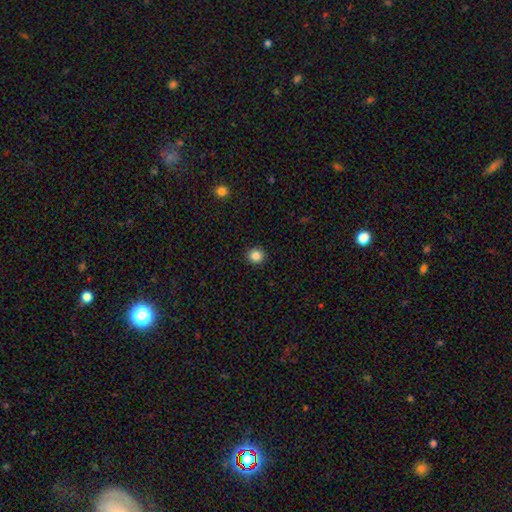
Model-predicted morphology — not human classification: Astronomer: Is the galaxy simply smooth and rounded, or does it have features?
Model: smooth — 86%.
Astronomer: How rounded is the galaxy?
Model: round — 92%.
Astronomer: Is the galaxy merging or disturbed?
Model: none — 93%.